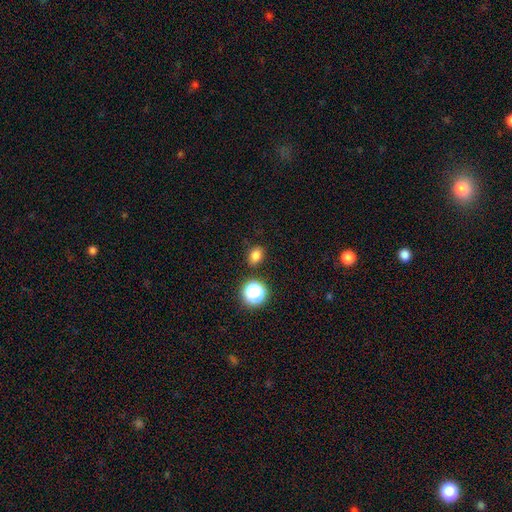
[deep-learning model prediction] smooth-or-featured: smooth: 79% | star or artifact: 16% | featured or disk: 5%
  how-rounded: in between: 61% | round: 38% | cigar-shaped: 1%
  merging: none: 85% | minor disturbance: 9% | merger: 3% | major disturbance: 3%